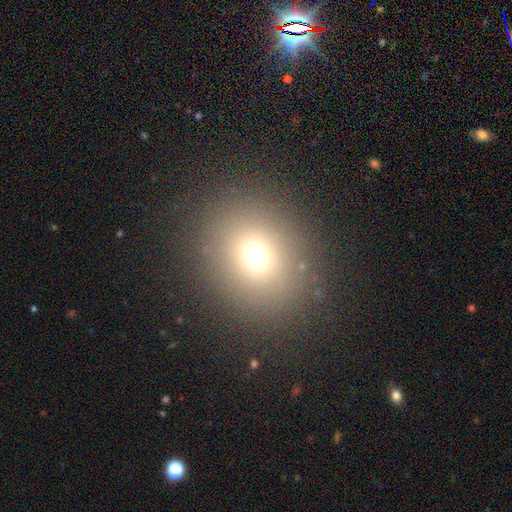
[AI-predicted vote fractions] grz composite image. It shows a smooth galaxy with no disk features (68%) that is round (75%). Merging: none (86%).